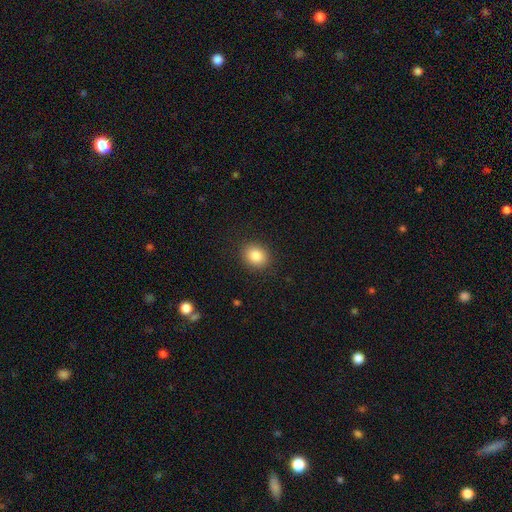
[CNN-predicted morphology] This appears to be a smooth galaxy with no disk features (85%) that is round (64%). Merging: none (89%).